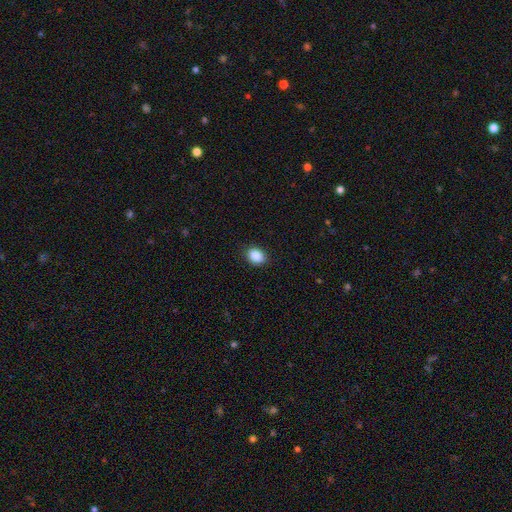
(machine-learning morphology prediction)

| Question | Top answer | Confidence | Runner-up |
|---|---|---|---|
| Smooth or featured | smooth | 88% | star or artifact (9%) |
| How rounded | in between | 60% | round (39%) |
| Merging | none | 89% | minor disturbance (8%) |